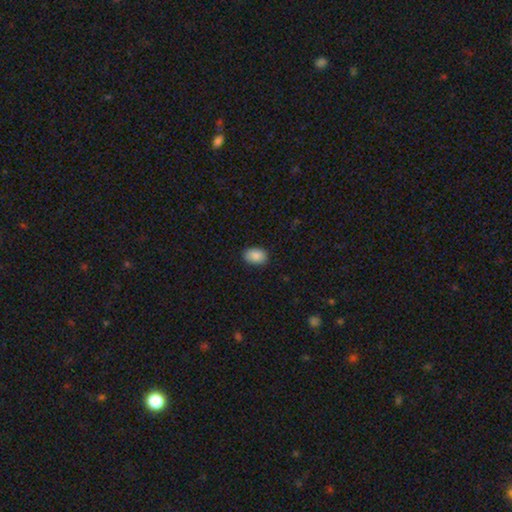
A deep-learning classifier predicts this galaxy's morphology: smooth-or-featured: smooth: 90% | star or artifact: 7% | featured or disk: 3%
  how-rounded: in between: 85% | round: 14% | cigar-shaped: 1%
  merging: none: 88% | minor disturbance: 9% | major disturbance: 2% | merger: 1%